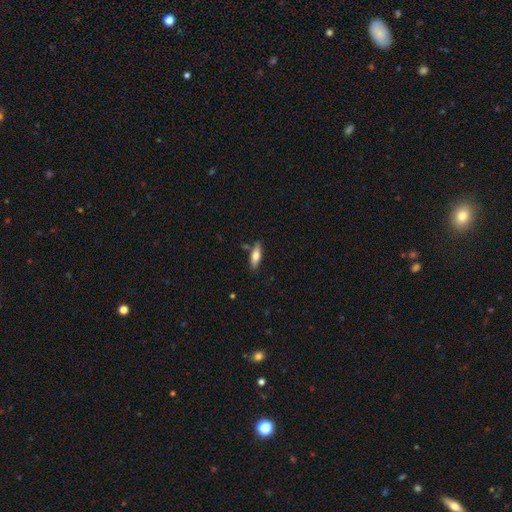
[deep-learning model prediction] Smooth or featured: smooth — 67% (featured or disk — 27%)
How rounded: in between — 54% (cigar-shaped — 44%)
Merging: none — 80% (minor disturbance — 13%)